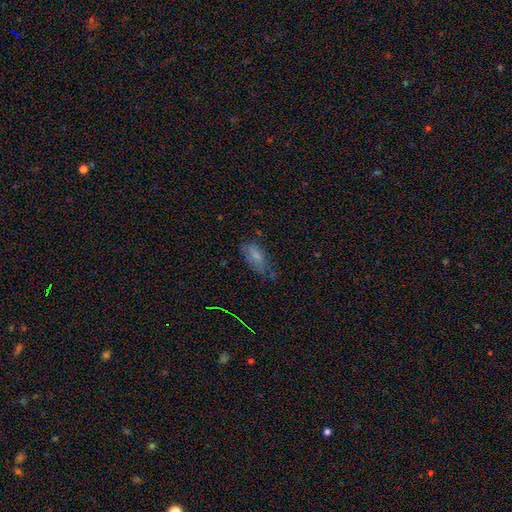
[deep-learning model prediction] Smooth or featured? Predicted: smooth (p=0.69). How rounded? Predicted: in between (p=0.80). Merging? Predicted: none (p=0.51).